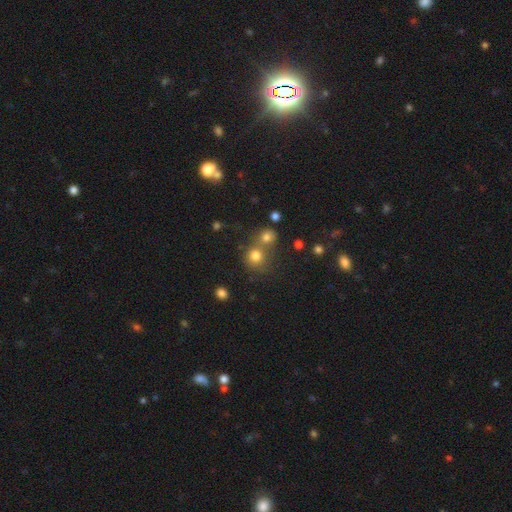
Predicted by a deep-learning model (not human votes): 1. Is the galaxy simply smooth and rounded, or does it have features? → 77% smooth, 15% star or artifact, 8% featured or disk.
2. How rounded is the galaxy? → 86% round, 13% in between, 1% cigar-shaped.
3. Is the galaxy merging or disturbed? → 50% none, 38% merger, 8% minor disturbance, 4% major disturbance.